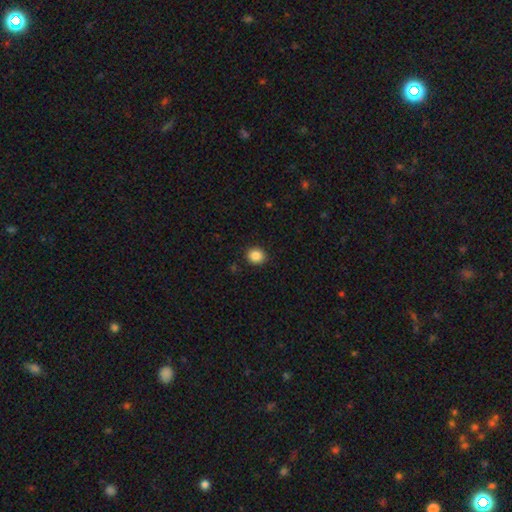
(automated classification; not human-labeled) smooth 87%, star or artifact 10%, featured or disk 3%. Down the decision tree: how rounded — round (77%); merging — none (90%).